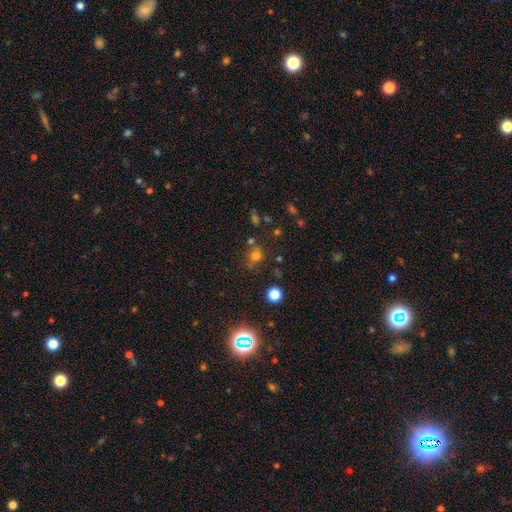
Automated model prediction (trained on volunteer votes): Smooth or featured? smooth (70%)
How rounded? round (76%)
Merging? none (64%)